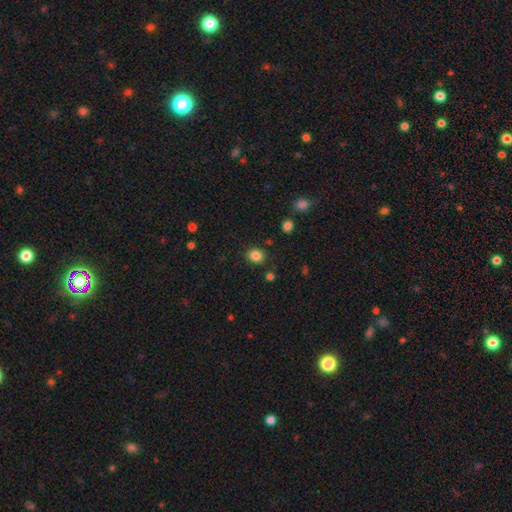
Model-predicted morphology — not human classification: Smooth or featured? Predicted: smooth (p=0.84). How rounded? Predicted: round (p=0.65). Merging? Predicted: none (p=0.84).